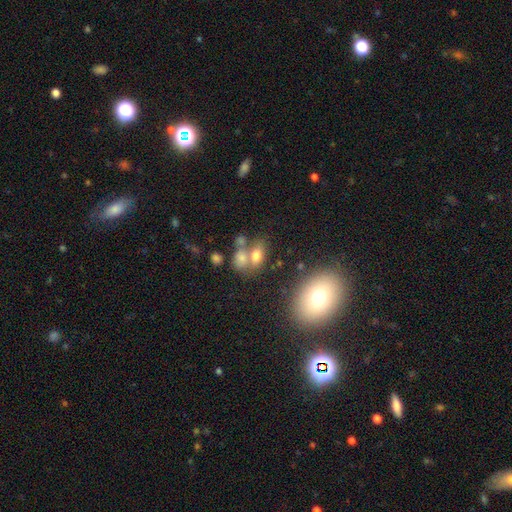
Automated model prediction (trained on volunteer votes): Overall: smooth (70%). How rounded: in between (80%). Merging: none (41%; merger 40%).